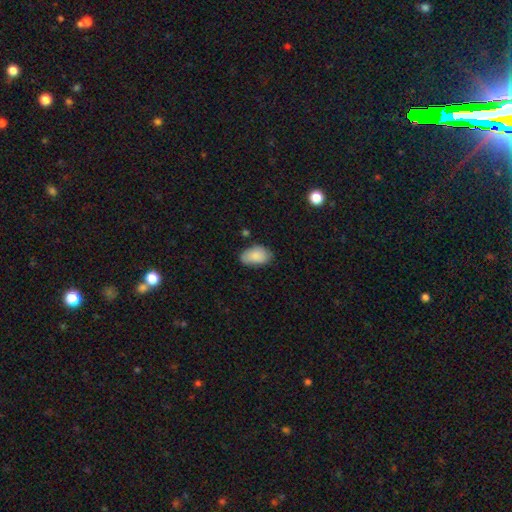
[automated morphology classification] Smooth or featured? smooth (85%)
How rounded? in between (92%)
Merging? none (67%)